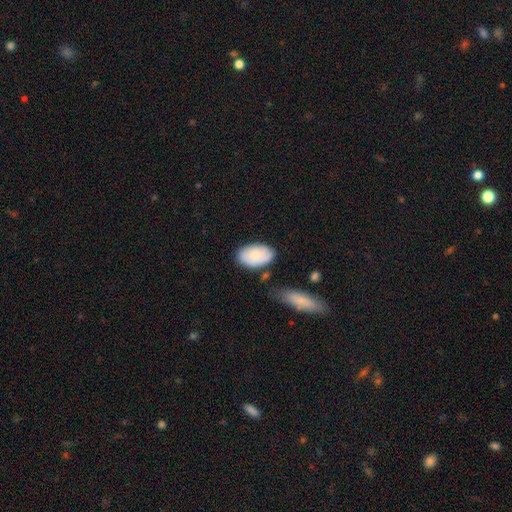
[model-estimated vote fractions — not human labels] smooth 75%, featured or disk 20%, star or artifact 6%. Down the decision tree: how rounded — in between (93%); merging — none (69%).